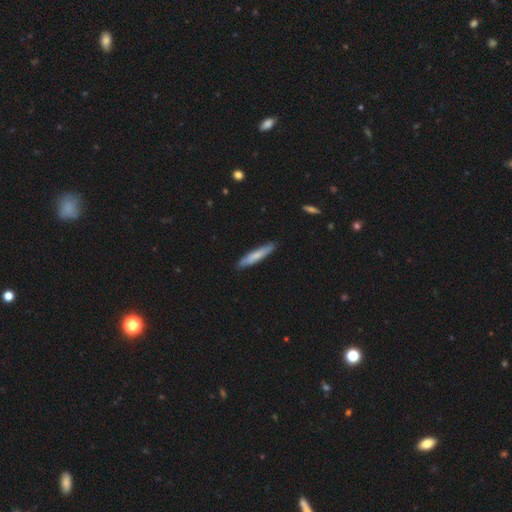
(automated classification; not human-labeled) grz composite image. It shows a smooth galaxy with no disk features (69%) that is cigar-shaped (90%). Merging: none (87%).